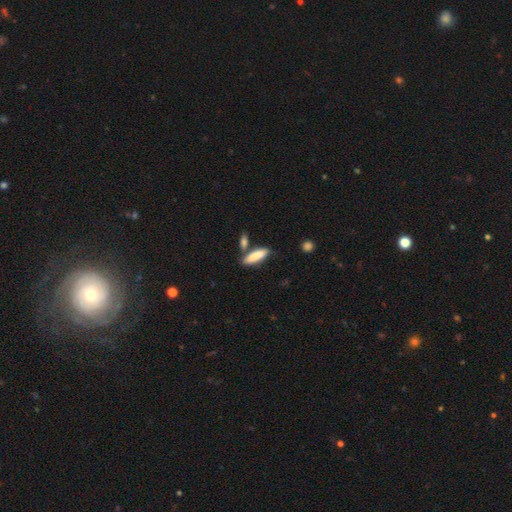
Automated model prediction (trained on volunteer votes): Overall: smooth (85%). How rounded: cigar-shaped (59%; in between 39%). Merging: none (70%).